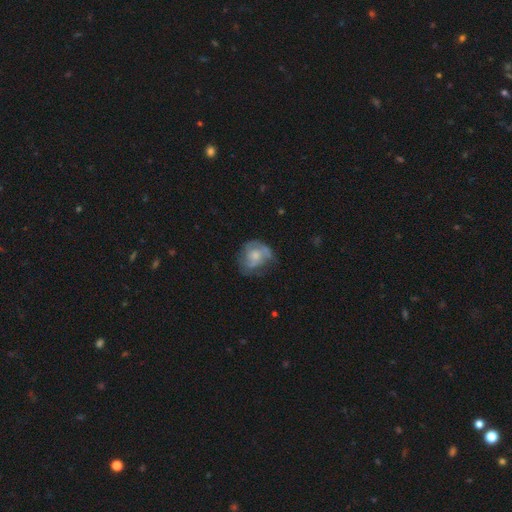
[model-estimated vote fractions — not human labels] The model was most divided on "bulge size": moderate: 48%, small: 37%, none: 7%, large: 6%, dominant: 1%. Remaining: edge-on disk — no (97%); bar — no (80%); spiral arms — yes (64%); smooth or featured — featured or disk (56%); merging — none (50%).